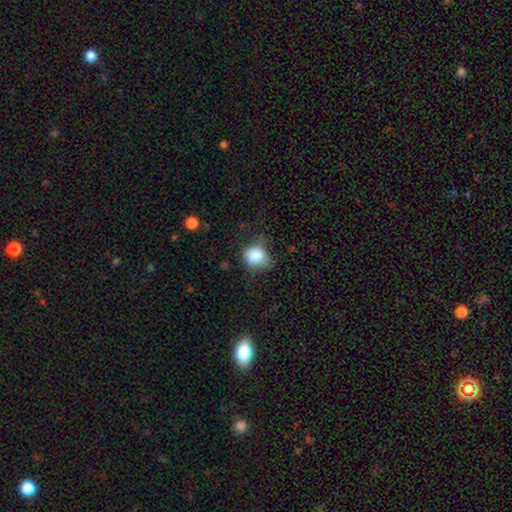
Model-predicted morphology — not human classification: A smooth galaxy with no disk features (80%) that is round (67%).

Vote fractions:
- Smooth or featured? smooth: 80% / featured or disk: 10% / star or artifact: 10%
- How rounded? round: 67% / in between: 32% / cigar-shaped: 1%
- Merging? none: 50% / minor disturbance: 33% / major disturbance: 14% / merger: 3%